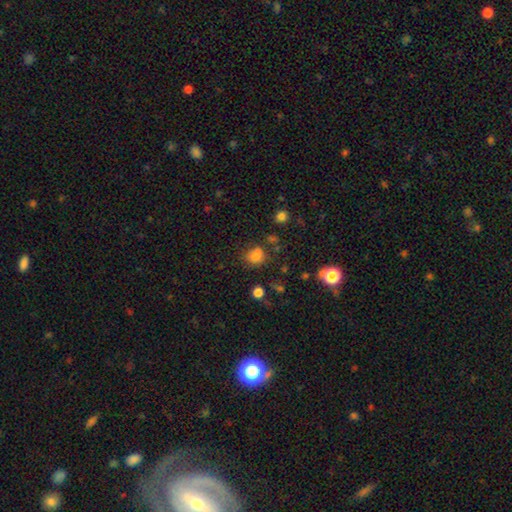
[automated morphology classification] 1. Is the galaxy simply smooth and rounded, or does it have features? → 79% smooth, 16% star or artifact, 6% featured or disk.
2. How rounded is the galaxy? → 73% round, 26% in between, 1% cigar-shaped.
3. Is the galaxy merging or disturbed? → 67% none, 19% minor disturbance, 7% major disturbance, 6% merger.